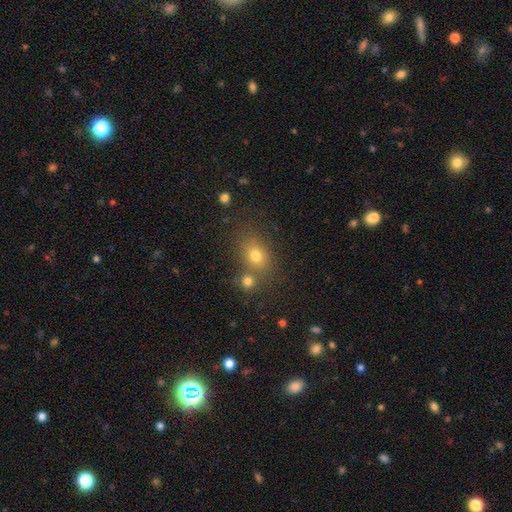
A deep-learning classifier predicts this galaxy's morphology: smooth-or-featured: smooth: 73% | star or artifact: 16% | featured or disk: 12%
  how-rounded: in between: 58% | round: 40% | cigar-shaped: 2%
  merging: none: 61% | merger: 23% | minor disturbance: 12% | major disturbance: 5%